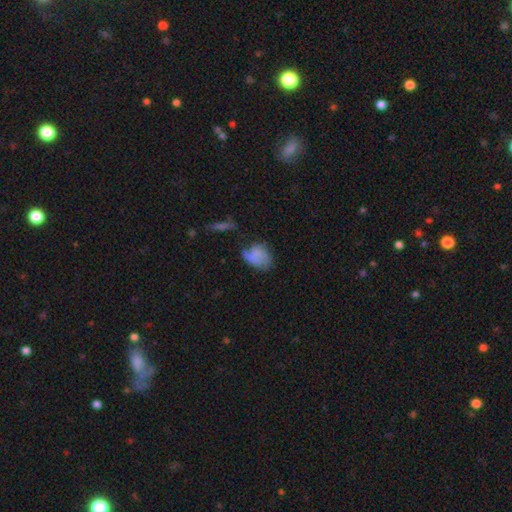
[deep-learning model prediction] Smooth or featured? Predicted: smooth (p=0.60). How rounded? Predicted: in between (p=0.65). Merging? Predicted: none (p=0.40).